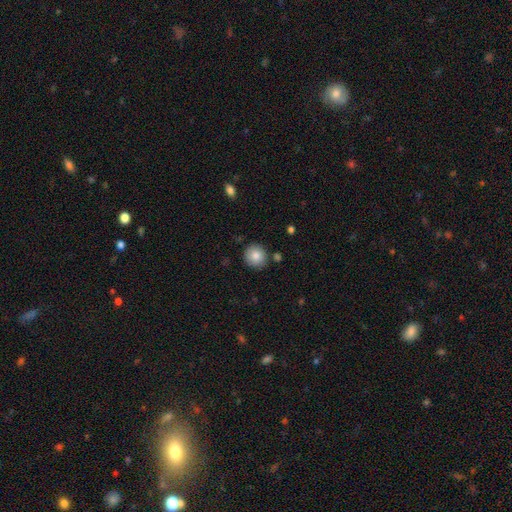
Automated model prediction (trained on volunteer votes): Smooth or featured?
  - smooth: 84% *
  - star or artifact: 8%
  - featured or disk: 8%
How rounded?
  - round: 92% *
  - in between: 7%
  - cigar-shaped: 1%
Merging?
  - none: 86% *
  - minor disturbance: 9%
  - merger: 3%
  - major disturbance: 2%